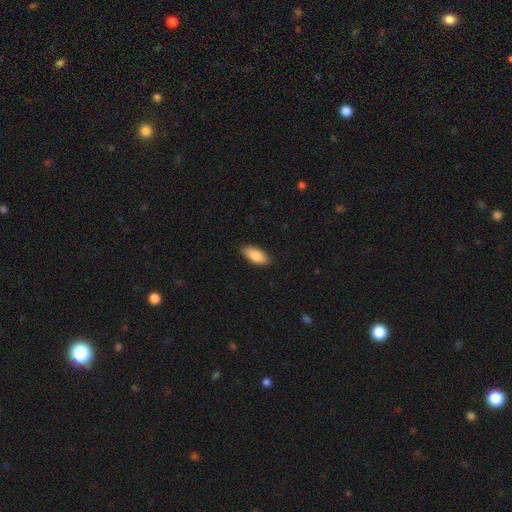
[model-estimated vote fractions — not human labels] Smooth or featured? Predicted: smooth (p=0.88). How rounded? Predicted: in between (p=0.87). Merging? Predicted: none (p=0.87).